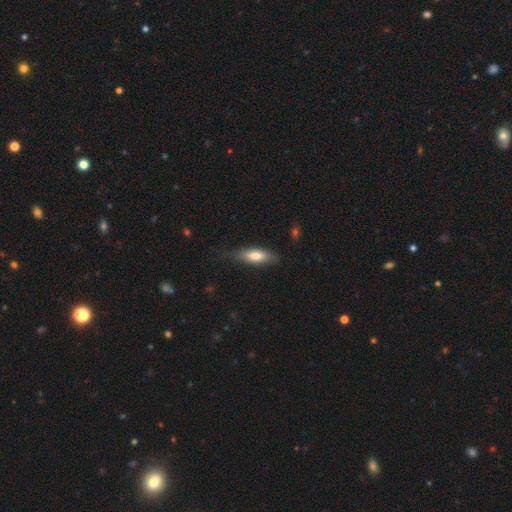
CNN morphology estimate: Smooth or featured?
  - smooth: 72% *
  - featured or disk: 22%
  - star or artifact: 6%
How rounded?
  - in between: 56% *
  - cigar-shaped: 42%
  - round: 2%
Merging?
  - none: 77% *
  - minor disturbance: 18%
  - major disturbance: 4%
  - merger: 1%